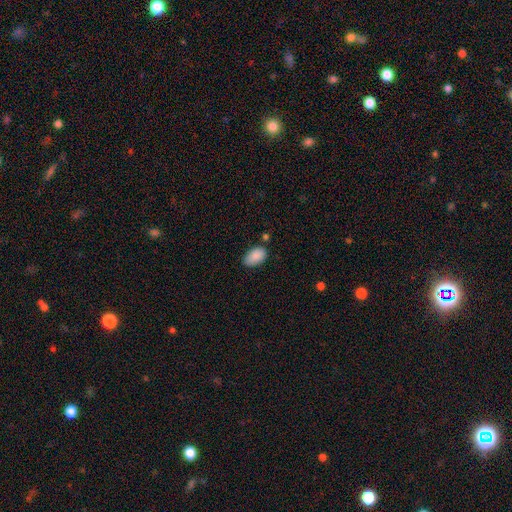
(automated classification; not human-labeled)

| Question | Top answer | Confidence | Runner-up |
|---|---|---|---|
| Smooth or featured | smooth | 89% | star or artifact (7%) |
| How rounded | in between | 92% | round (7%) |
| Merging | none | 73% | minor disturbance (19%) |